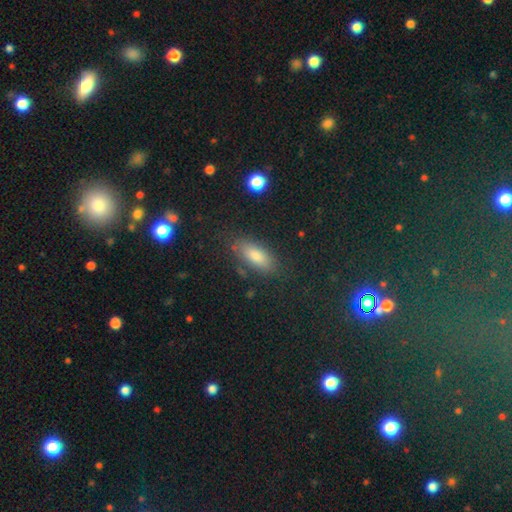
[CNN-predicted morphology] The model was most divided on "smooth or featured": smooth: 62%, star or artifact: 23%, featured or disk: 14%. More confident: merging — none (83%); how rounded — in between (71%).